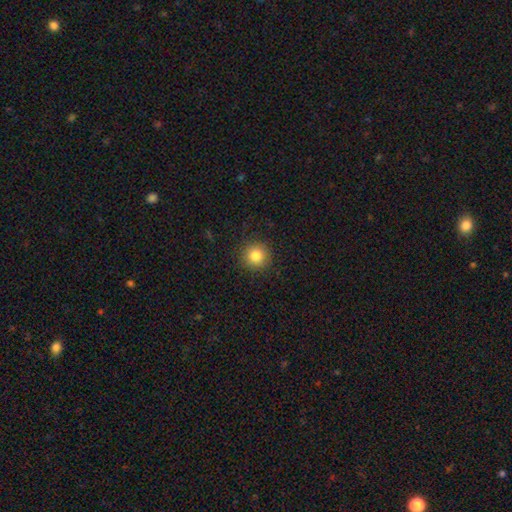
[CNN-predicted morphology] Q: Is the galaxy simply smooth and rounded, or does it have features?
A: smooth — 83%.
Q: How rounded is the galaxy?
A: round — 94%.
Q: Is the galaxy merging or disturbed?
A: none — 91%.